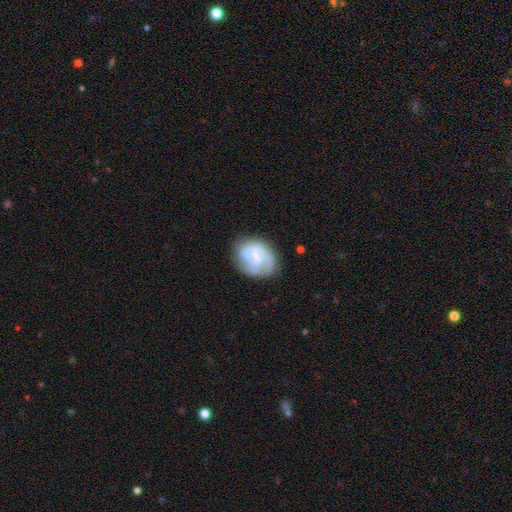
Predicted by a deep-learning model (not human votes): This is likely a featured or disk galaxy (71%). It is clearly not viewed edge-on (98%). Bar: possibly weak (56%). Spiral arm pattern: clearly yes (87%). Spiral arm count: possibly 2 (51%). Spiral winding: marginally tight (43%). Central bulge: possibly small (58%). Merging: likely none (68%).